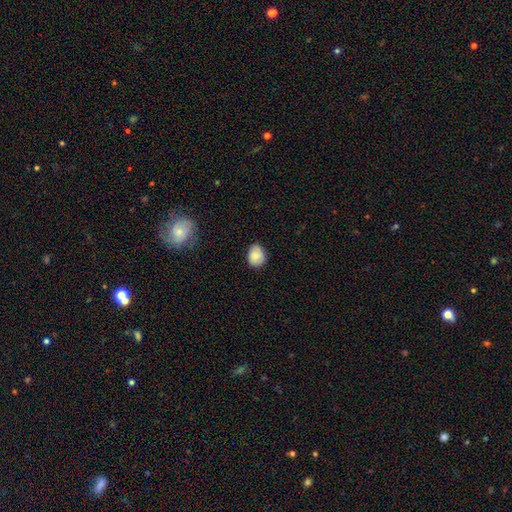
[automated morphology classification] smooth 81%, featured or disk 10%, star or artifact 8%. Down the decision tree: how rounded — round (55%); merging — none (73%).